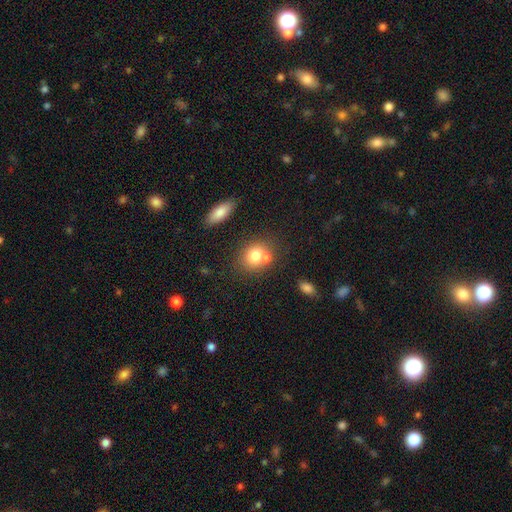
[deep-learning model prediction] smooth-or-featured: smooth: 75% | featured or disk: 15% | star or artifact: 10%
  how-rounded: round: 68% | in between: 31% | cigar-shaped: 1%
  merging: none: 49% | merger: 37% | minor disturbance: 11% | major disturbance: 4%